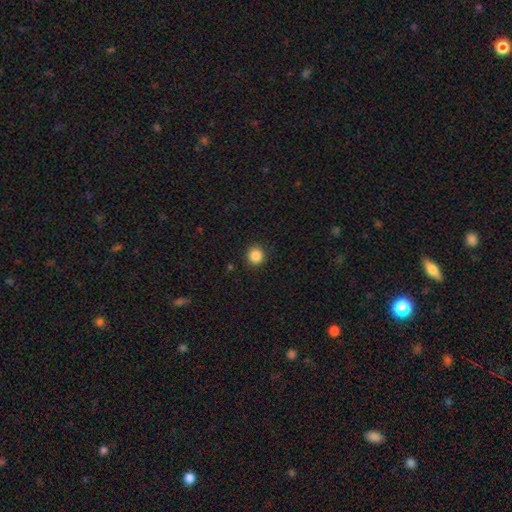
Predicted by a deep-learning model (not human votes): Smooth or featured: smooth — 86% (star or artifact — 10%)
How rounded: round — 93% (in between — 6%)
Merging: none — 92% (minor disturbance — 5%)